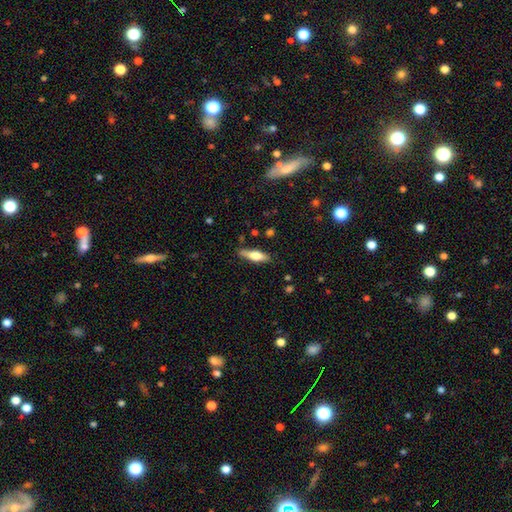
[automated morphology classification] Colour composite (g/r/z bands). It shows a smooth galaxy with no disk features (56%) that is cigar-shaped (53%). Merging: none (83%).